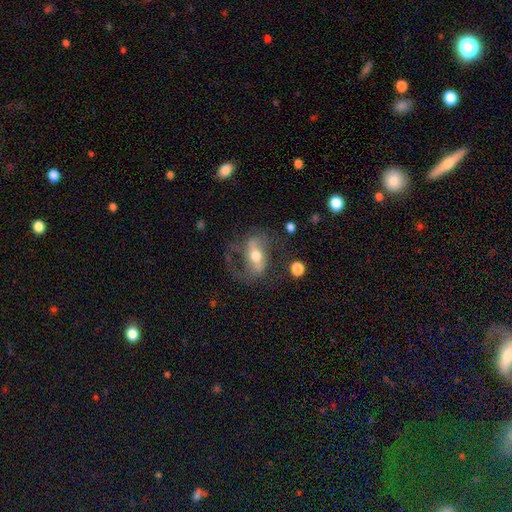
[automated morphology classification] The model was most divided on "bar": strong: 46%, weak: 31%, no: 22%. Remaining: edge-on disk — no (88%); bulge size — moderate (71%); spiral arms — yes (67%); smooth or featured — featured or disk (65%); merging — none (48%).